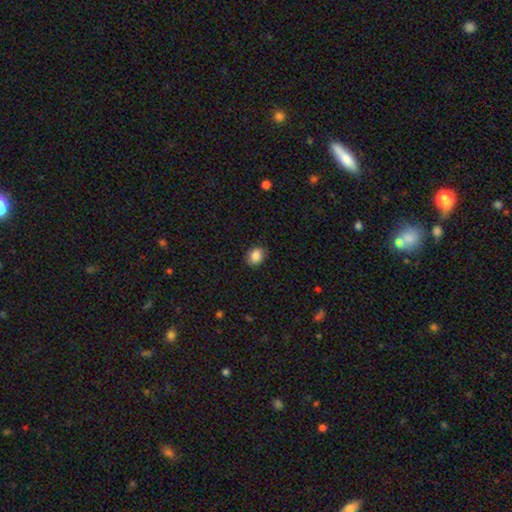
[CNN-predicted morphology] smooth 87%, star or artifact 9%, featured or disk 5%. Down the decision tree: how rounded — in between (57%); merging — none (85%).